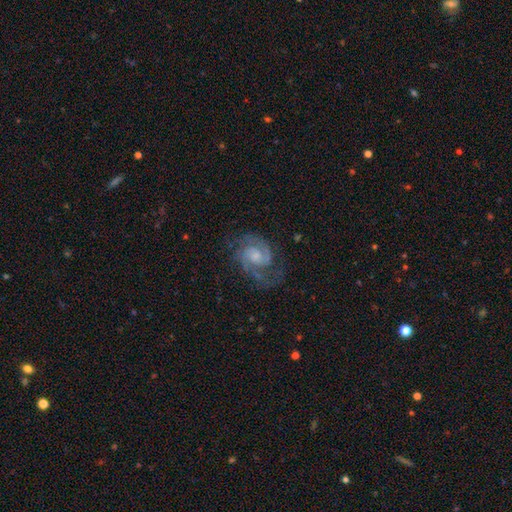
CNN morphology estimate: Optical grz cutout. It shows a featured or disk galaxy (88%) with no bar (60%), 2 (83%) medium (50%) spiral arms (97%) and a small central bulge (50%). Merging: none (71%).